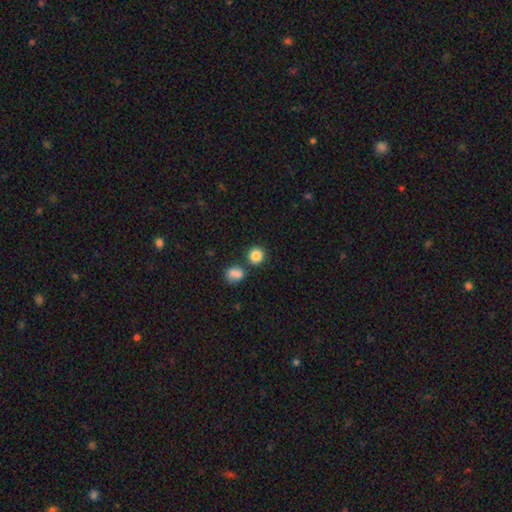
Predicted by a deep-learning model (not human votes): smooth 85%, star or artifact 10%, featured or disk 4%. Down the decision tree: how rounded — round (88%); merging — none (76%).